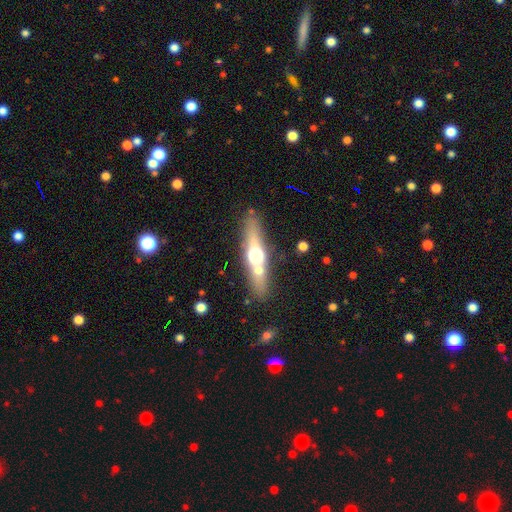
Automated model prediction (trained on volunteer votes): Smooth or featured: featured or disk — 52% (smooth — 41%)
Edge-on disk: yes — 83% (no — 17%)
Merging: none — 73% (minor disturbance — 12%)